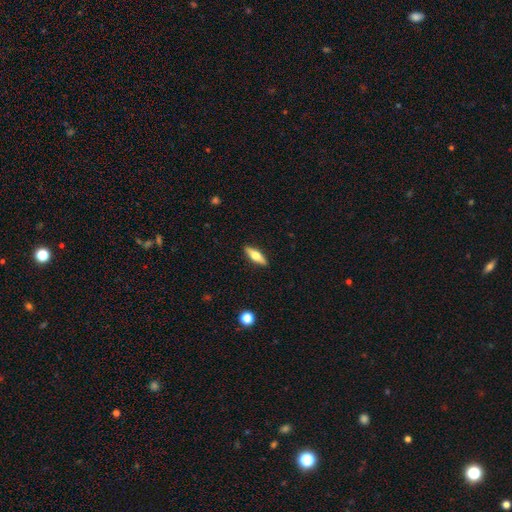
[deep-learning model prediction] featured or disk 48%, smooth 46%, star or artifact 6%. Down the decision tree: merging — none (90%).